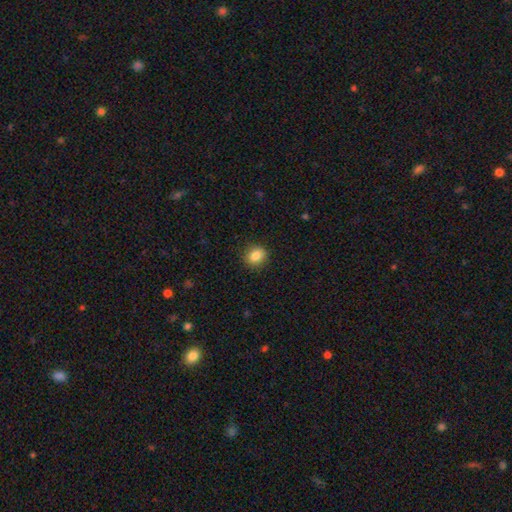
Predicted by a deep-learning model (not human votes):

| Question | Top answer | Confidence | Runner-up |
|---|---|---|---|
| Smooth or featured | smooth | 84% | star or artifact (10%) |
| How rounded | round | 61% | in between (38%) |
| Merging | none | 89% | minor disturbance (8%) |